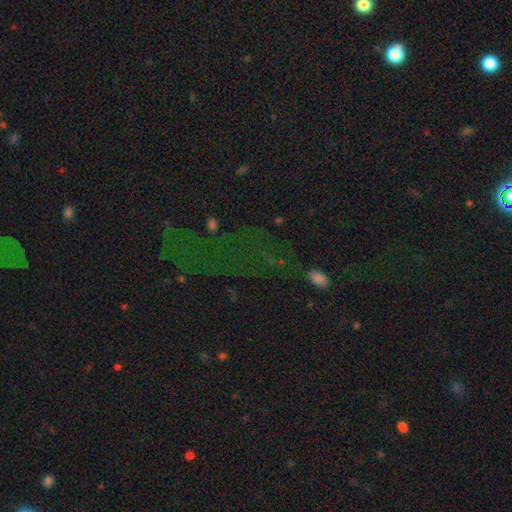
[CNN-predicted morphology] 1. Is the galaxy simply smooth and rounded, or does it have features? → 67% star or artifact, 20% smooth, 13% featured or disk.